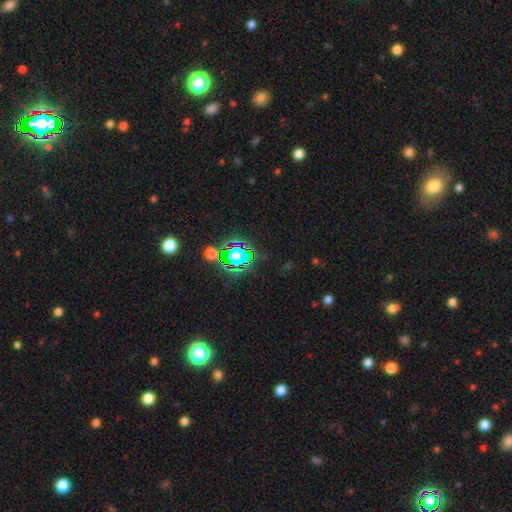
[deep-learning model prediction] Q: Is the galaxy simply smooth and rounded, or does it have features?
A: star or artifact — 76%.